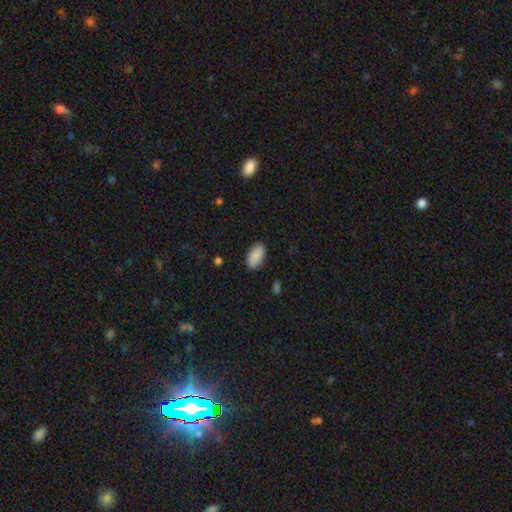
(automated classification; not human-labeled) This appears to be a smooth galaxy with no disk features (86%) that is in between round and cigar-shaped (95%). Merging: none (87%).